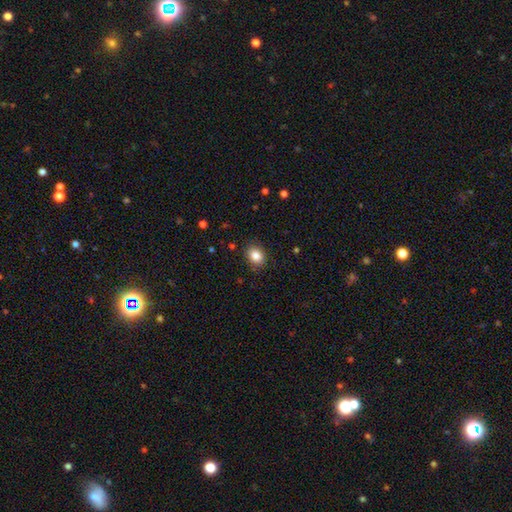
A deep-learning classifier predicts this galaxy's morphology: Smooth or featured? smooth (86%)
How rounded? in between (52%)
Merging? none (86%)